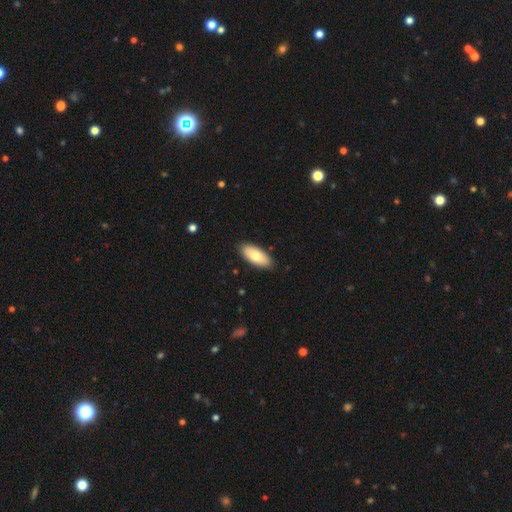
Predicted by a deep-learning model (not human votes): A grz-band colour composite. It shows a smooth galaxy with no disk features (78%) that is in between round and cigar-shaped (88%). Merging: none (88%).